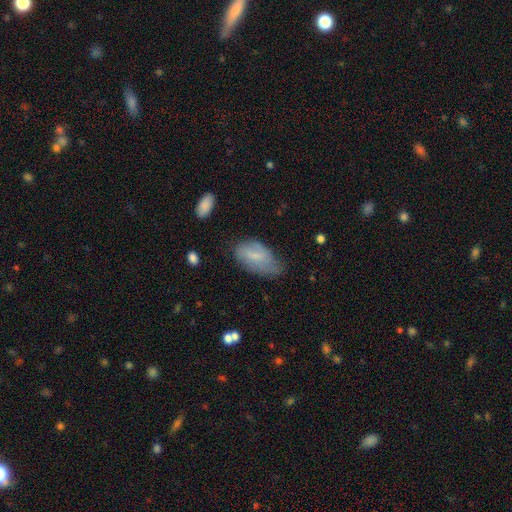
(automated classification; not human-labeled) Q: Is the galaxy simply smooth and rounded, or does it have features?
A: smooth — 63%.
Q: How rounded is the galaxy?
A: in between — 92%.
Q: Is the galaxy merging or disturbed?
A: none — 41%.